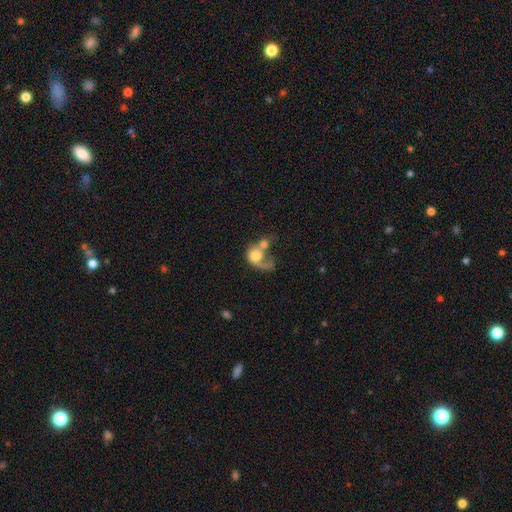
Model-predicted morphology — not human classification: Smooth or featured? smooth (52%)
How rounded? round (62%)
Merging? merger (51%)